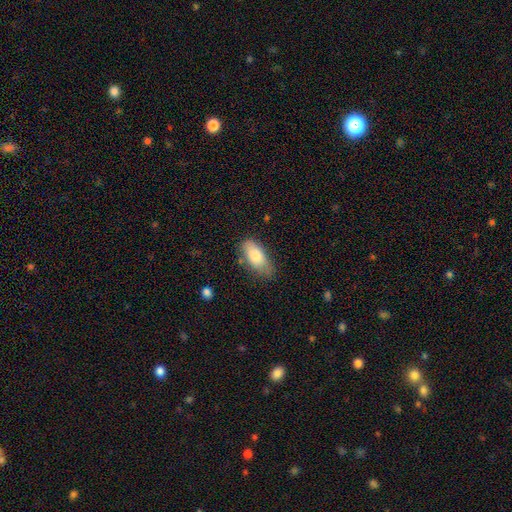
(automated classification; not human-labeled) This appears to be a smooth galaxy with no disk features (80%) that is in between round and cigar-shaped (88%). Merging: none (65%).